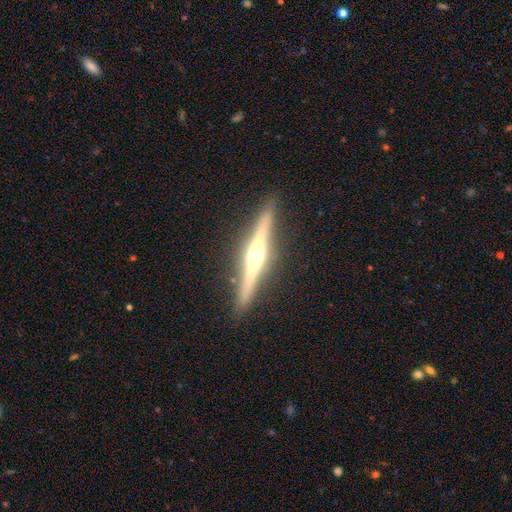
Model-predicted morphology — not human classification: This appears to be a featured or disk galaxy (80%) viewed edge-on (98%) with a rounded central bulge (91%). Merging: none (91%).